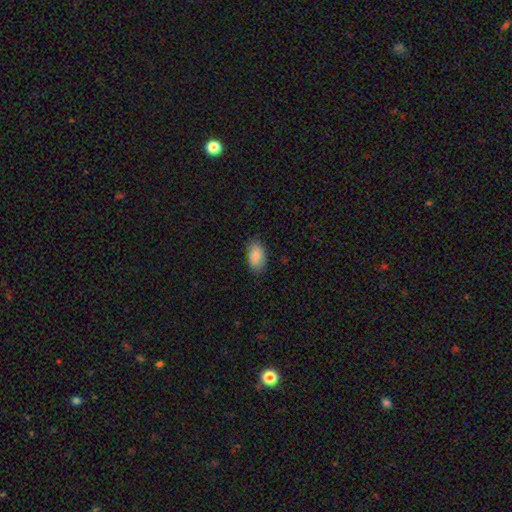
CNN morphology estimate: Smooth or featured: smooth — 85% (featured or disk — 8%)
How rounded: in between — 92% (round — 6%)
Merging: none — 84% (minor disturbance — 13%)